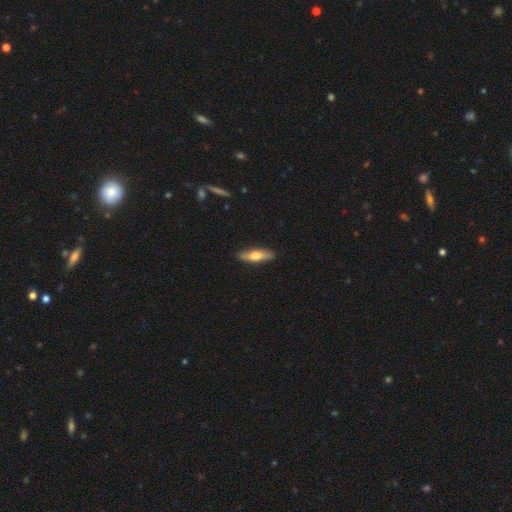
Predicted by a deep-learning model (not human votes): Smooth or featured?
  - smooth: 59% *
  - featured or disk: 36%
  - star or artifact: 5%
How rounded?
  - cigar-shaped: 65% *
  - in between: 33%
  - round: 2%
Merging?
  - none: 88% *
  - minor disturbance: 9%
  - major disturbance: 2%
  - merger: 1%